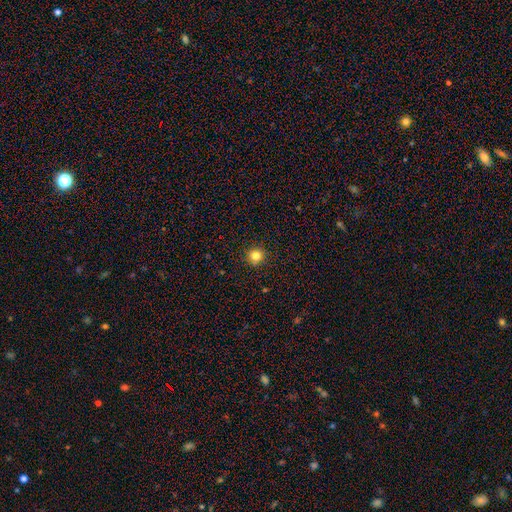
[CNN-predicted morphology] Smooth or featured: smooth — 81% (star or artifact — 13%)
How rounded: round — 93% (in between — 6%)
Merging: none — 90% (minor disturbance — 7%)